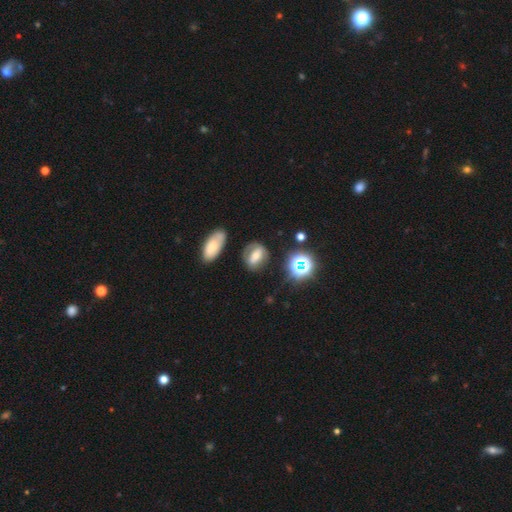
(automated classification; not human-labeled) Morphology: type=smooth (48%); merging=none (71%).